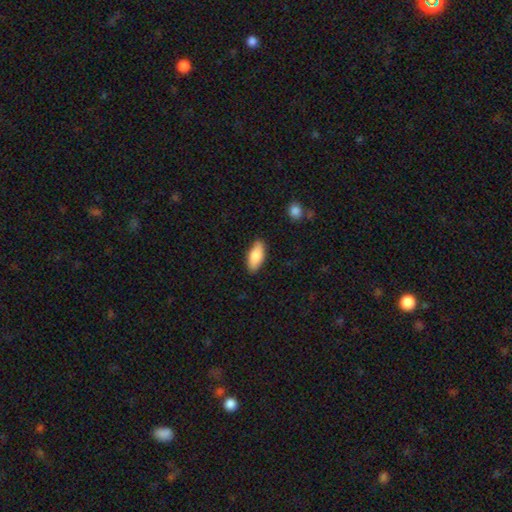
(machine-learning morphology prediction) A smooth galaxy with no disk features (83%) that is in between round and cigar-shaped (86%).

Vote fractions:
- Smooth or featured? smooth: 83% / featured or disk: 11% / star or artifact: 6%
- How rounded? in between: 86% / cigar-shaped: 12% / round: 2%
- Merging? none: 87% / minor disturbance: 10% / major disturbance: 2% / merger: 1%